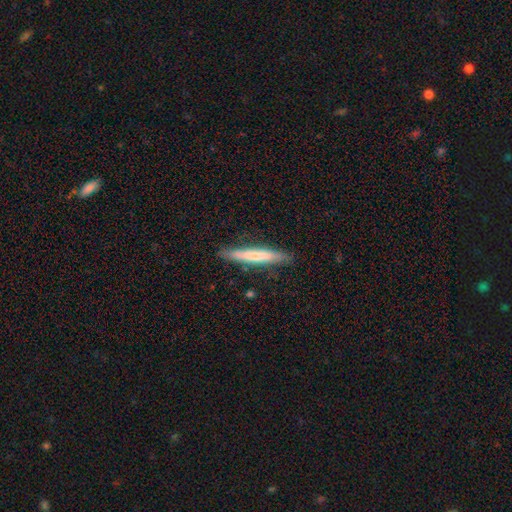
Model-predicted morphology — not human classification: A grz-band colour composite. It shows a smooth galaxy with no disk features (60%) that is cigar-shaped (94%). Merging: none (84%).